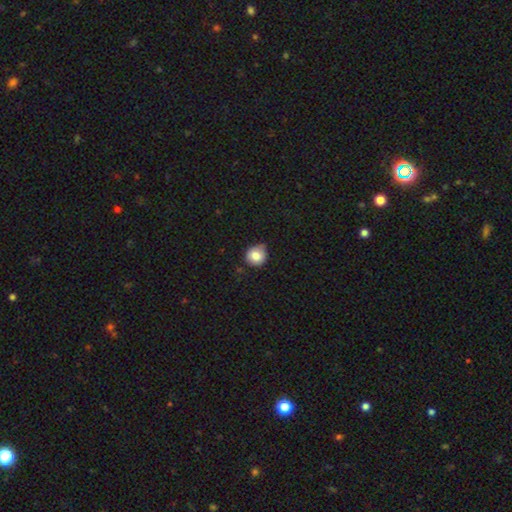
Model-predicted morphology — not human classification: Smooth or featured? Predicted: smooth (p=0.83). How rounded? Predicted: round (p=0.87). Merging? Predicted: none (p=0.64).